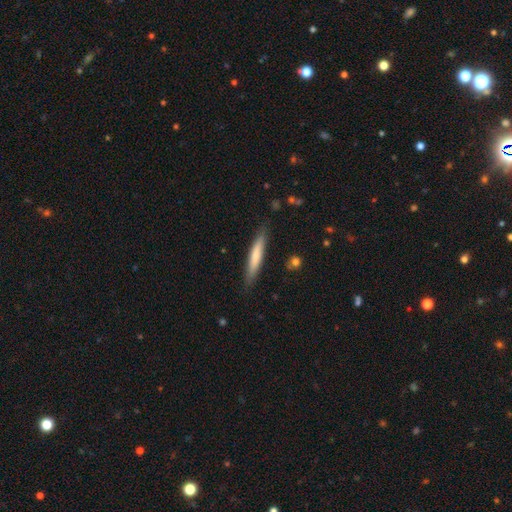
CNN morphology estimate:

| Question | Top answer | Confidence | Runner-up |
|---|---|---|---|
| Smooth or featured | smooth | 71% | featured or disk (24%) |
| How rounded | cigar-shaped | 92% | in between (7%) |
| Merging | none | 85% | minor disturbance (11%) |